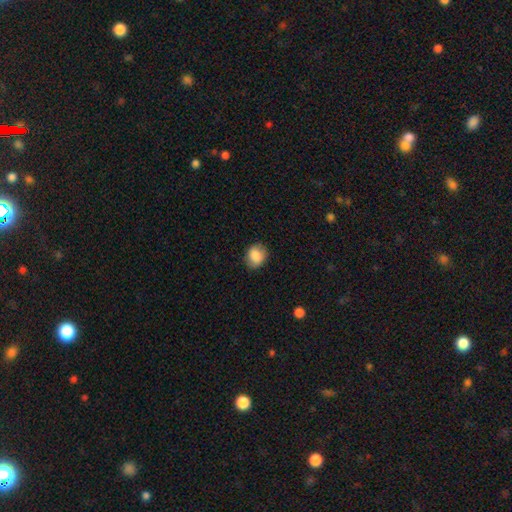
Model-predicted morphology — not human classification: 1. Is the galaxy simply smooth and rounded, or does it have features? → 86% smooth, 8% star or artifact, 6% featured or disk.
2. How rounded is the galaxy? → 56% round, 43% in between, 1% cigar-shaped.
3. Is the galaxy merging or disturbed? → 79% none, 16% minor disturbance, 4% major disturbance, 1% merger.